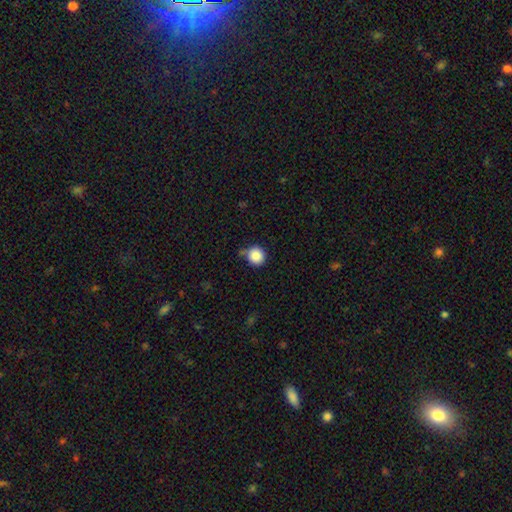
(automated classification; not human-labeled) smooth 87%, star or artifact 9%, featured or disk 4%. Down the decision tree: how rounded — round (92%); merging — none (67%).